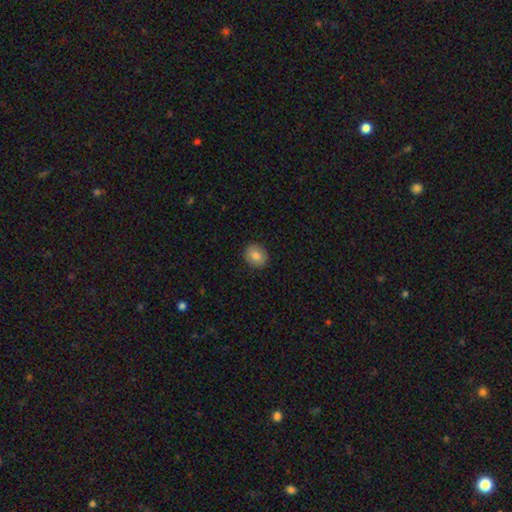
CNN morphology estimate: smooth 83%, featured or disk 9%, star or artifact 9%. Down the decision tree: how rounded — round (64%); merging — none (90%).